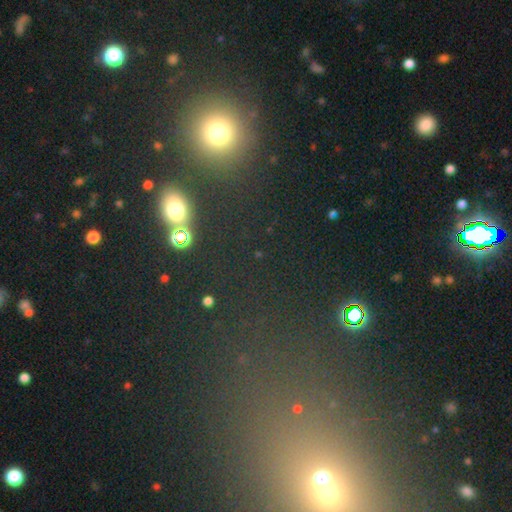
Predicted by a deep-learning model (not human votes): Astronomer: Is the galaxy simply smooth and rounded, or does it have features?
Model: smooth — 48% (runner-up: star or artifact, 42%).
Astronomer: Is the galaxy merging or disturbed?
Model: none — 81%.